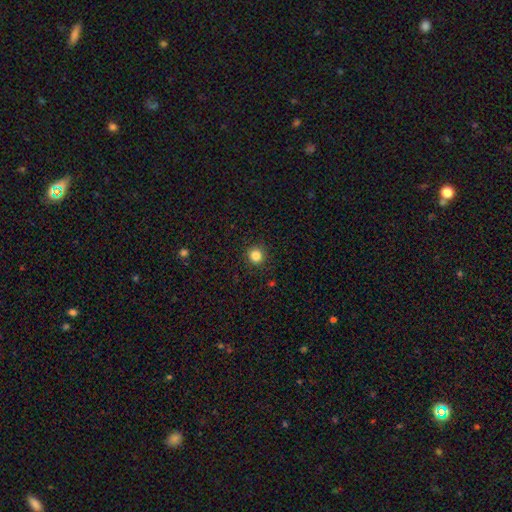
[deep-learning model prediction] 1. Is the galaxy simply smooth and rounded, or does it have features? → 83% smooth, 12% star or artifact, 4% featured or disk.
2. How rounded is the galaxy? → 94% round, 5% in between, 1% cigar-shaped.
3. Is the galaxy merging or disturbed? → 91% none, 6% minor disturbance, 2% major disturbance, 1% merger.